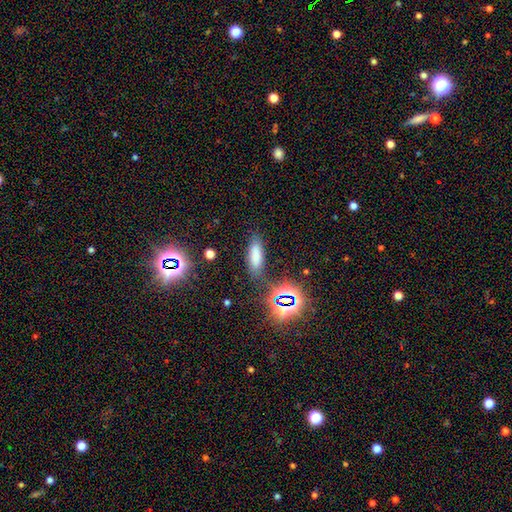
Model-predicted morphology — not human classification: A smooth galaxy with no disk features (69%) that is in between round and cigar-shaped (60%). Merging: none (77%).